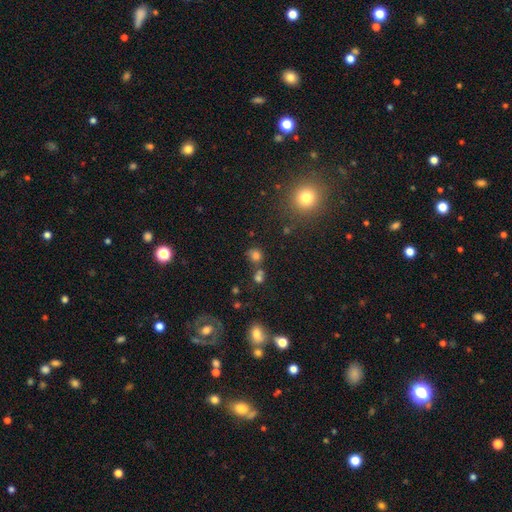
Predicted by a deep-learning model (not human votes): This is likely a smooth galaxy (74%). How rounded: likely round (79%). Merging: possibly none (60%).